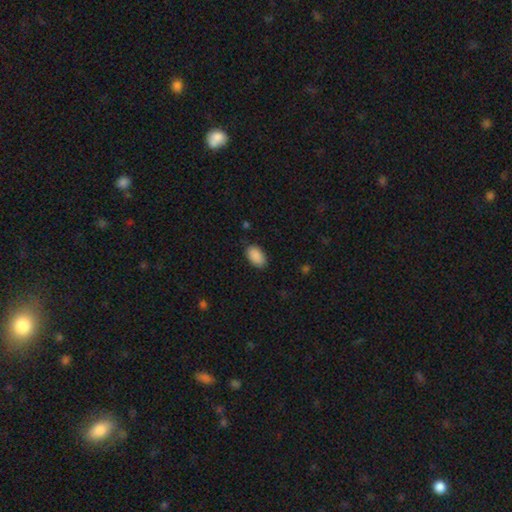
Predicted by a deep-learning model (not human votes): Q: Smooth or featured?
A: smooth (90%); runner-up: star or artifact (7%)
Q: How rounded?
A: in between (94%); runner-up: round (5%)
Q: Merging?
A: none (83%); runner-up: minor disturbance (13%)